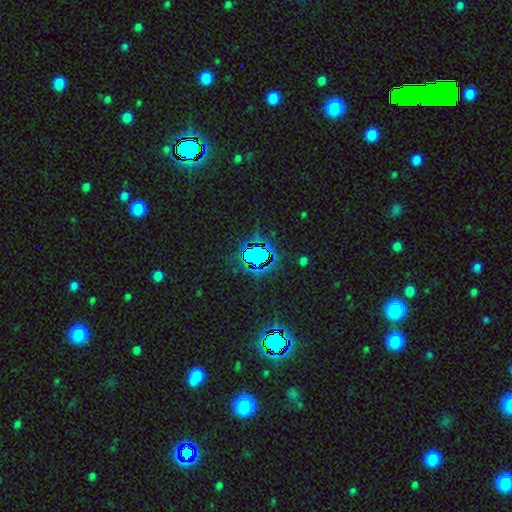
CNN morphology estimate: smooth_or_featured: star or artifact (p=0.71) [alt: smooth p=0.18]